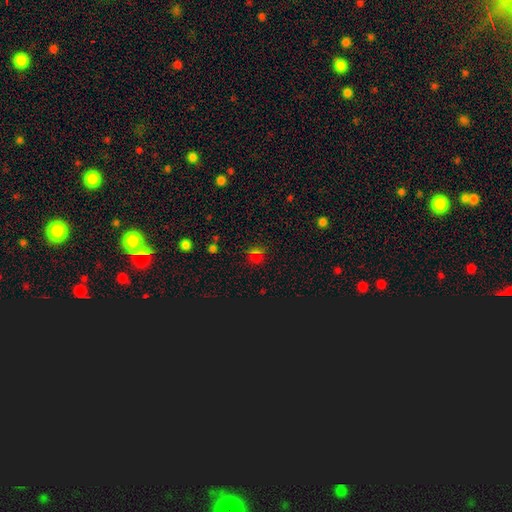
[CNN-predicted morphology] smooth_or_featured: star or artifact (p=0.48) [alt: smooth p=0.45]